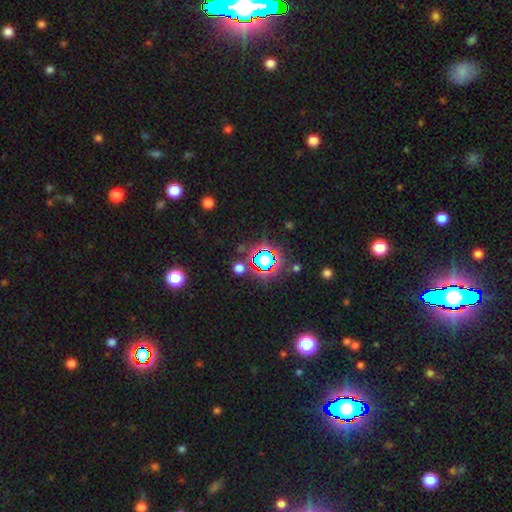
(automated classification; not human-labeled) Q: Smooth or featured?
A: star or artifact (82%); runner-up: smooth (11%)